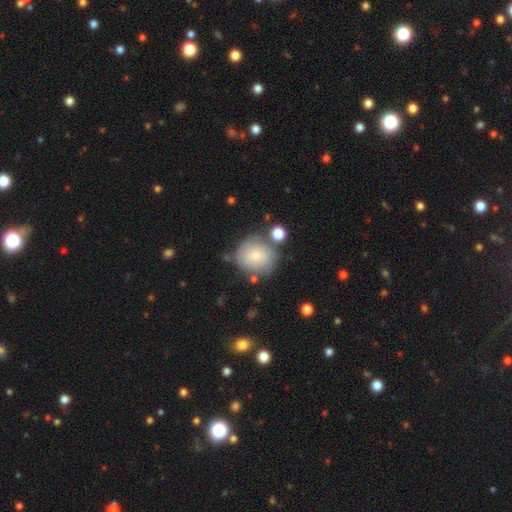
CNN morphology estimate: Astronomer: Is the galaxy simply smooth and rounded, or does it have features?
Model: smooth — 71%.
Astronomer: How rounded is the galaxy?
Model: round — 83%.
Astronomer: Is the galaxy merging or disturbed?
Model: none — 60%.